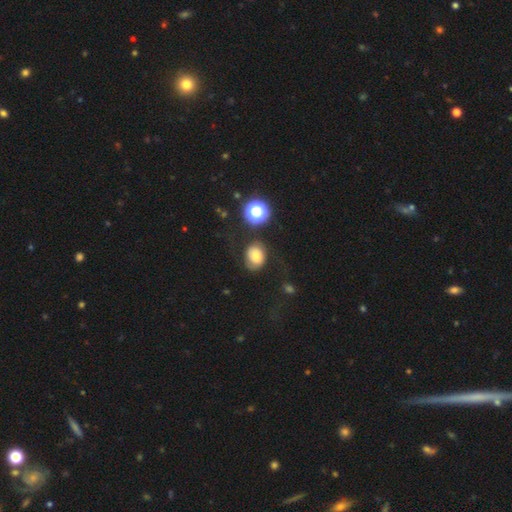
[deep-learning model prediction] Smooth or featured: smooth — 70% (featured or disk — 16%)
How rounded: in between — 51% (round — 48%)
Merging: none — 67% (minor disturbance — 18%)